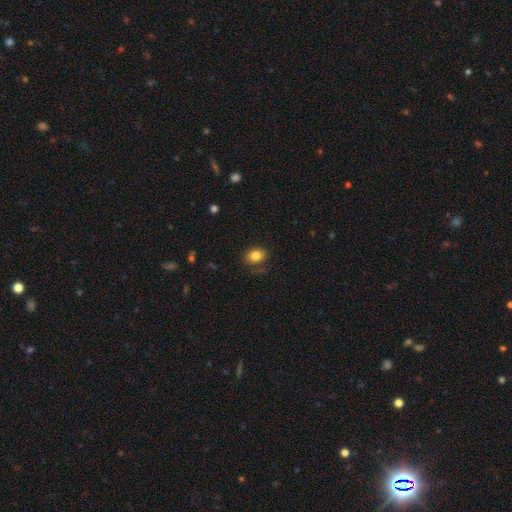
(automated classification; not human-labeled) This is clearly a smooth galaxy (83%). How rounded: likely in between (62%). Merging: likely none (77%).